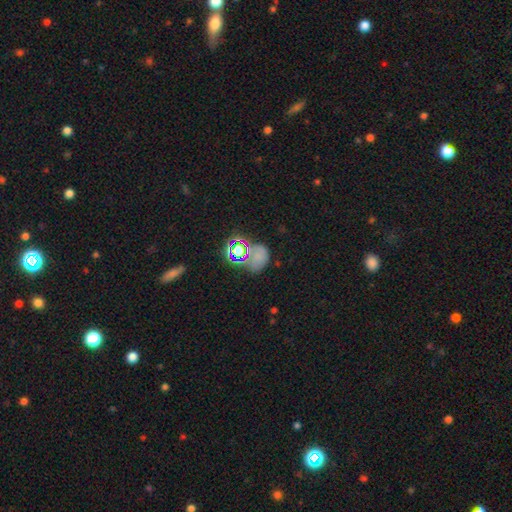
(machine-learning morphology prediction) The model was most divided on "smooth or featured": star or artifact: 50%, smooth: 38%, featured or disk: 12%.